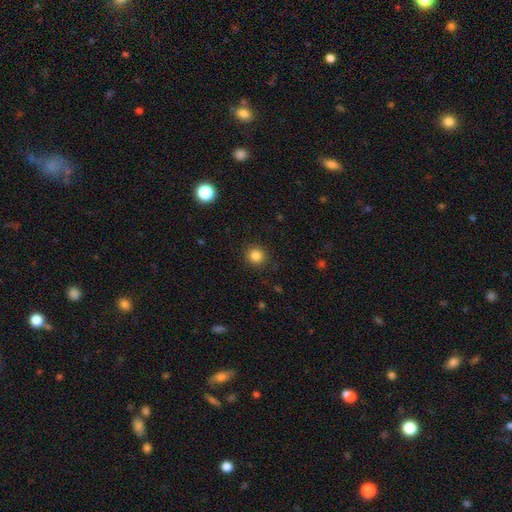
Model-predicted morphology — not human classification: Smooth or featured?
  - smooth: 84% *
  - star or artifact: 11%
  - featured or disk: 4%
How rounded?
  - round: 91% *
  - in between: 8%
  - cigar-shaped: 1%
Merging?
  - none: 90% *
  - minor disturbance: 6%
  - major disturbance: 2%
  - merger: 1%